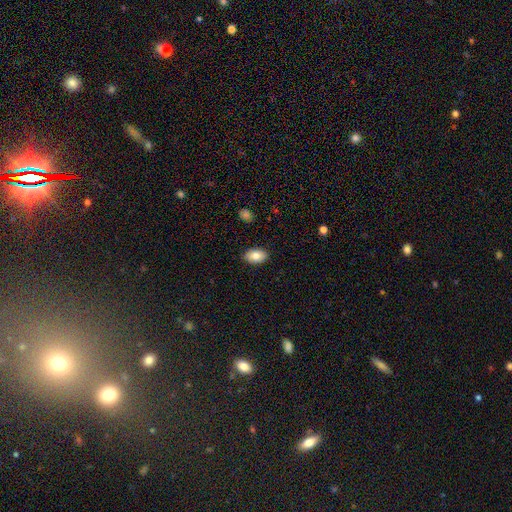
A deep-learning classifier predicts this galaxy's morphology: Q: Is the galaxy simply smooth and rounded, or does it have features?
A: smooth — 82%.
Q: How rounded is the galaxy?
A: in between — 91%.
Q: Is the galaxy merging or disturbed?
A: none — 89%.